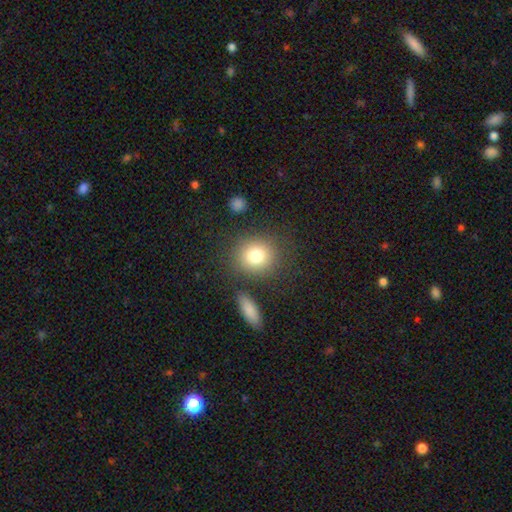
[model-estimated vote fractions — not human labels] The model was most divided on "how rounded": round: 79%, in between: 20%, cigar-shaped: 1%. More confident: merging — none (80%); smooth or featured — smooth (79%).